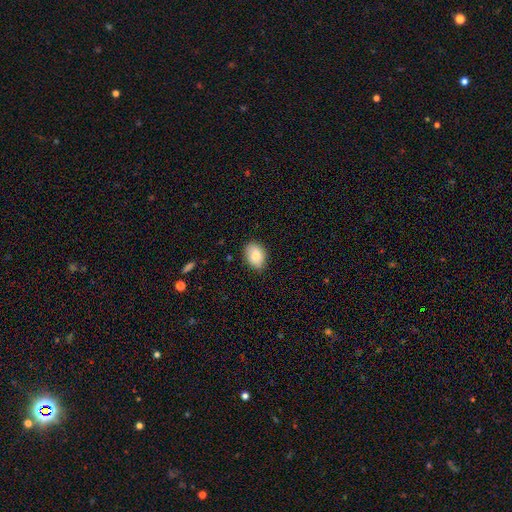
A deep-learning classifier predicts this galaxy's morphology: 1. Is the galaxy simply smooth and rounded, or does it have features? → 83% smooth, 10% featured or disk, 7% star or artifact.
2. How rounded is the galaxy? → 79% in between, 20% round, 1% cigar-shaped.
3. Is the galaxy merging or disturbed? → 81% none, 15% minor disturbance, 3% major disturbance, 1% merger.